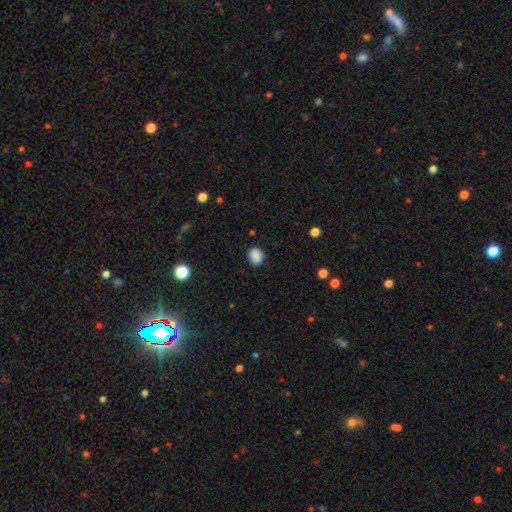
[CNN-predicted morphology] Smooth or featured?
  - smooth: 87% *
  - star or artifact: 9%
  - featured or disk: 4%
How rounded?
  - in between: 59% *
  - round: 40%
  - cigar-shaped: 1%
Merging?
  - none: 83% *
  - minor disturbance: 13%
  - major disturbance: 3%
  - merger: 1%